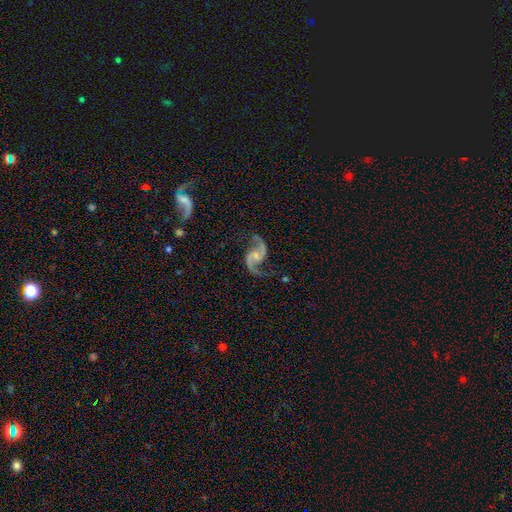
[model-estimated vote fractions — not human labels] This appears to be a featured or disk galaxy (93%) with no bar (56%), 2 (94%) loose (59%) spiral arms (98%) and a small central bulge (58%). Merging: none (75%).